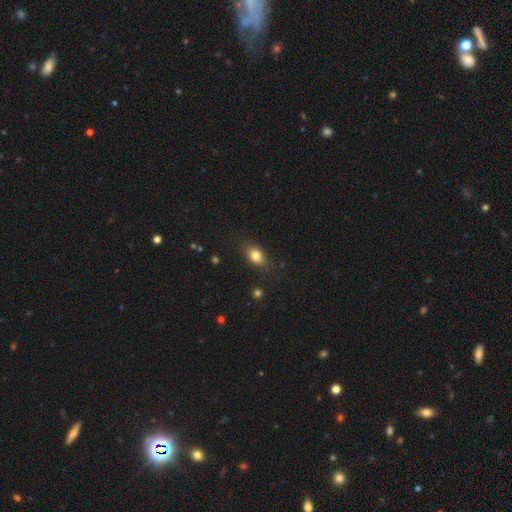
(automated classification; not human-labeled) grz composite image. It shows a smooth galaxy with no disk features (81%) that is in between round and cigar-shaped (80%). Merging: none (81%).